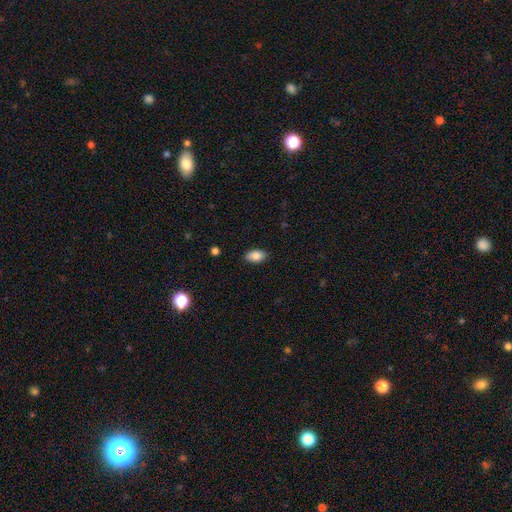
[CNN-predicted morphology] type=smooth (85%); roundness=in between (92%); merging=none (87%).